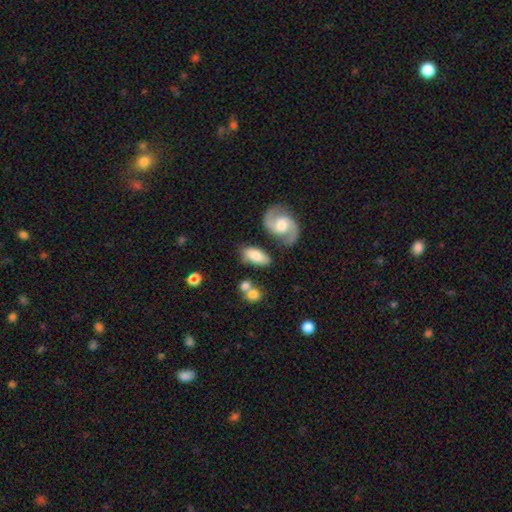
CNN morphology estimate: smooth_or_featured: smooth (p=0.62) [alt: featured or disk p=0.31]
how_rounded: in between (p=0.89) [alt: round p=0.06]
merging: none (p=0.66) [alt: minor disturbance p=0.16]